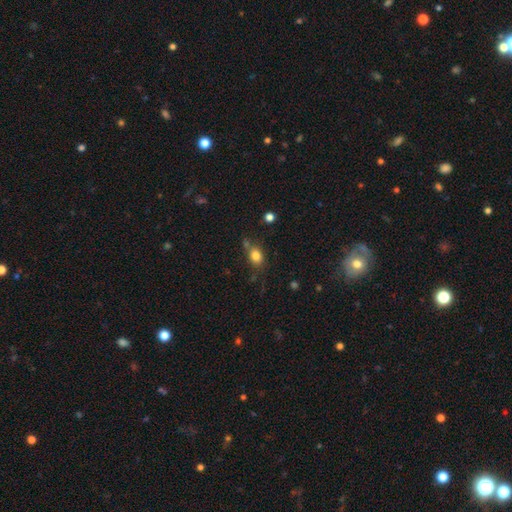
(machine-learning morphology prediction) This is clearly a smooth galaxy (82%). How rounded: possibly in between (59%). Merging: likely none (66%).